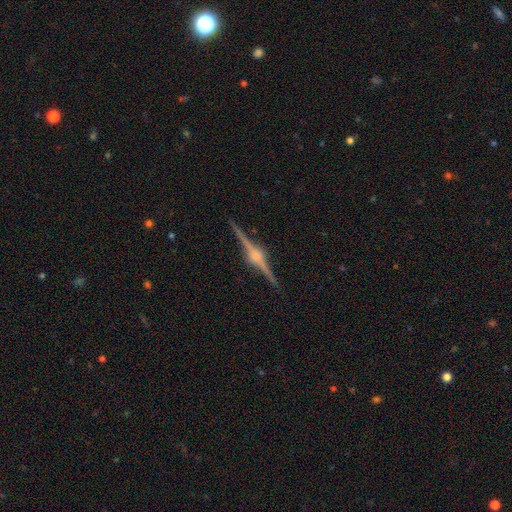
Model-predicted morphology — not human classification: Smooth or featured? Predicted: featured or disk (p=0.90). Edge-on disk? Predicted: yes (p=0.98). Edge-on bulge? Predicted: rounded (p=0.88). Merging? Predicted: none (p=0.91).